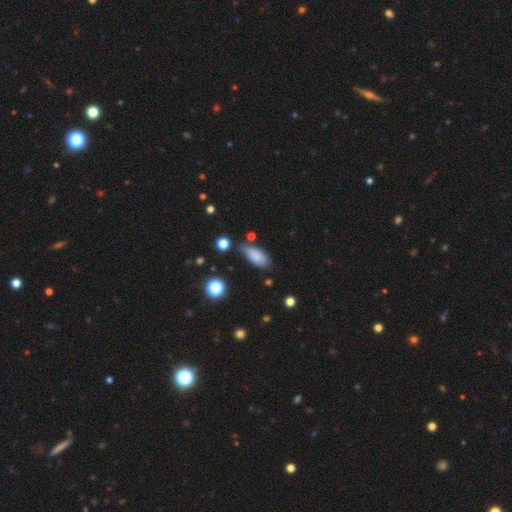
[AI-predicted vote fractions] Q: Smooth or featured?
A: smooth (82%); runner-up: featured or disk (9%)
Q: How rounded?
A: in between (85%); runner-up: cigar-shaped (12%)
Q: Merging?
A: none (65%); runner-up: minor disturbance (25%)